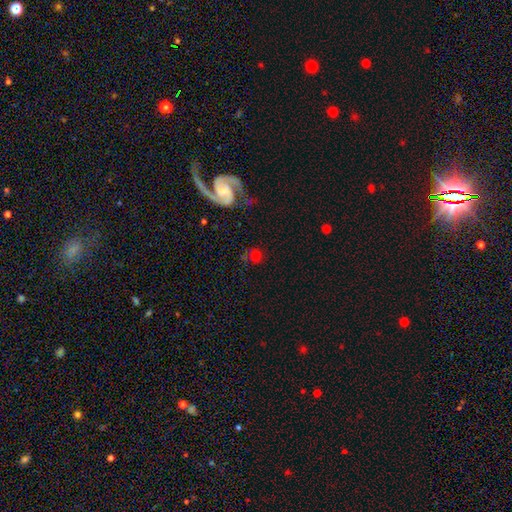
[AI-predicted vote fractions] Smooth or featured?
  - smooth: 48% *
  - featured or disk: 29%
  - star or artifact: 23%
Merging?
  - none: 65% *
  - minor disturbance: 15%
  - major disturbance: 10%
  - merger: 10%